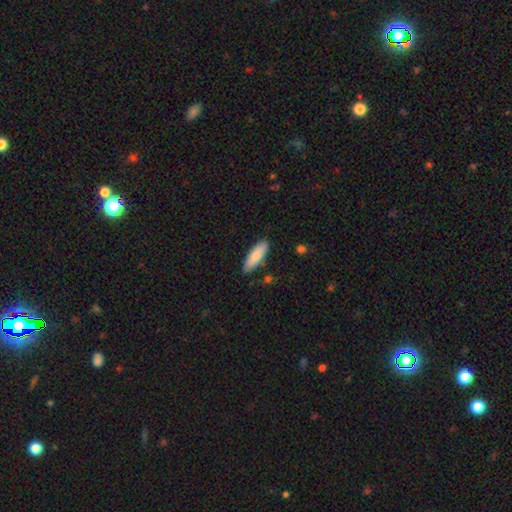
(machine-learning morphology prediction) This appears to be a smooth galaxy with no disk features (81%) that is in between round and cigar-shaped (57%). Merging: none (85%).